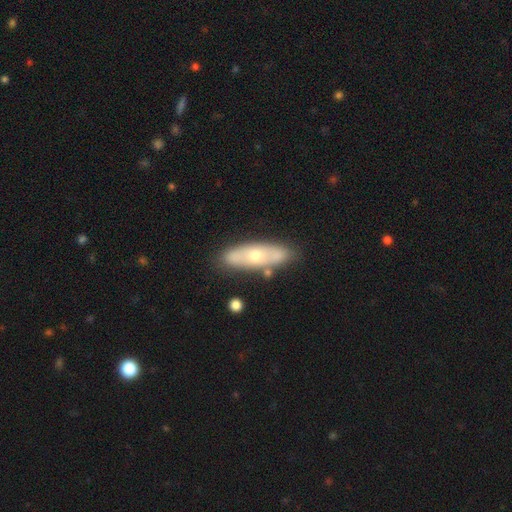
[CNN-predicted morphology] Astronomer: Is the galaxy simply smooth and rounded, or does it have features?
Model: featured or disk — 48% (runner-up: smooth, 46%).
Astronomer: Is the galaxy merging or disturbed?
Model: none — 79%.